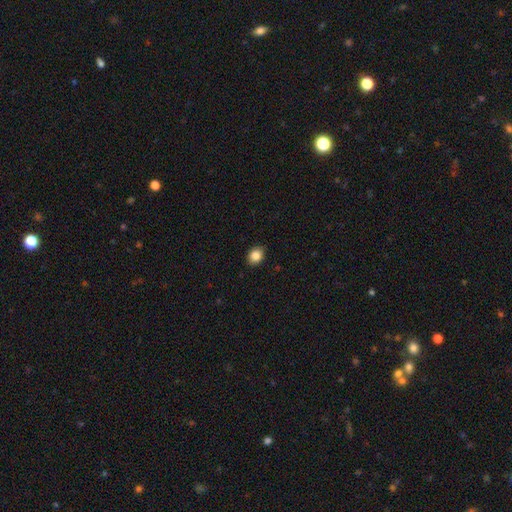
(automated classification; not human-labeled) Q: Smooth or featured?
A: smooth (86%); runner-up: star or artifact (9%)
Q: How rounded?
A: round (51%); runner-up: in between (48%)
Q: Merging?
A: none (88%); runner-up: minor disturbance (9%)